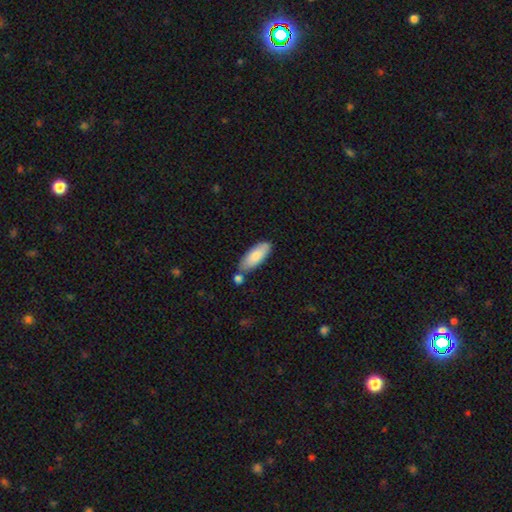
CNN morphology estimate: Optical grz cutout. It shows a smooth galaxy with no disk features (83%) that is in between round and cigar-shaped (74%). Merging: none (64%).